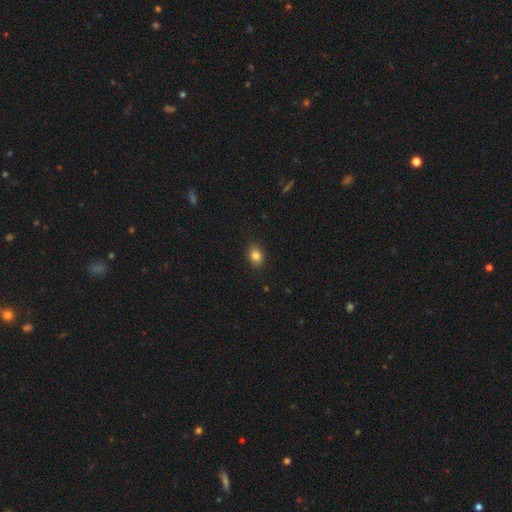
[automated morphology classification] smooth 83%, star or artifact 10%, featured or disk 6%. Down the decision tree: how rounded — in between (63%); merging — none (87%).